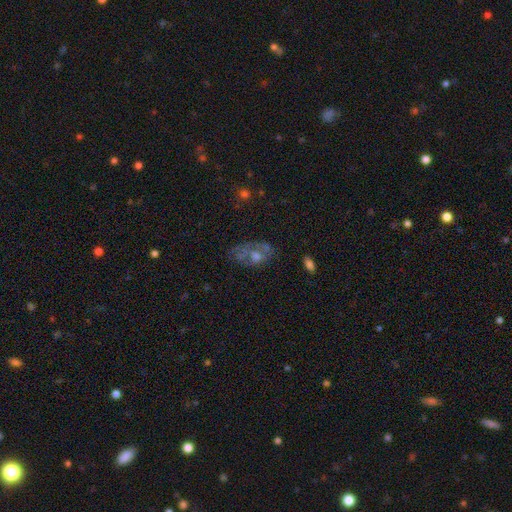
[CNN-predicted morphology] A featured or disk galaxy (54%) with no bar (87%), no spiral arms (71%) and a moderate central bulge (53%).

Vote fractions:
- Smooth or featured? featured or disk: 54% / smooth: 30% / star or artifact: 16%
- Edge-on disk? no: 93% / yes: 7%
- Bar? no: 87% / weak: 11% / strong: 2%
- Spiral arms? no: 71% / yes: 29%
- Bulge size? moderate: 53% / small: 23% / none: 12% / large: 10% / dominant: 2%
- Merging? none: 51% / minor disturbance: 22% / major disturbance: 19% / merger: 8%